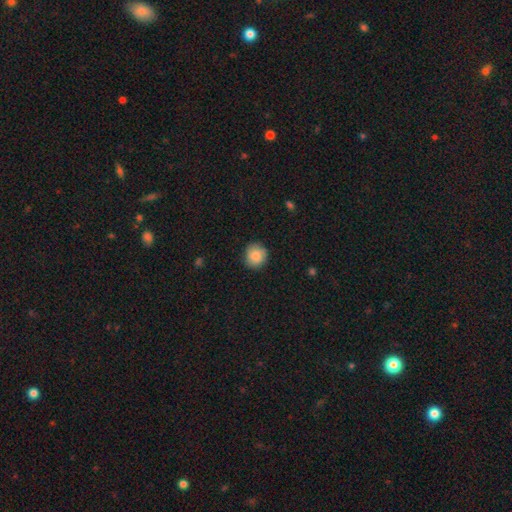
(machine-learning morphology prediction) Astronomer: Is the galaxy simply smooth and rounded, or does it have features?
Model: smooth — 84%.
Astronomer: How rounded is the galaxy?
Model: round — 90%.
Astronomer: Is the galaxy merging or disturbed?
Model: none — 85%.